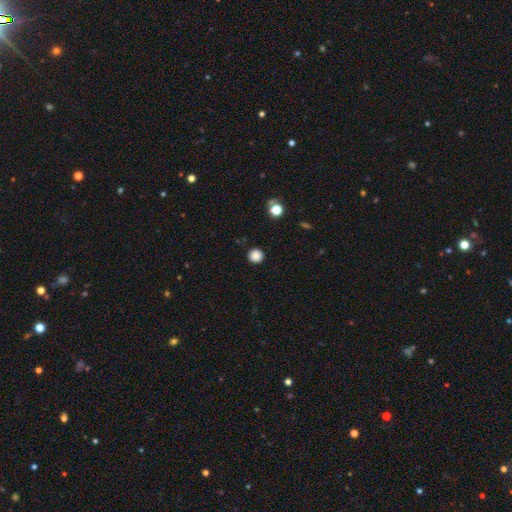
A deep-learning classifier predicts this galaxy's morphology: Smooth or featured? Predicted: smooth (p=0.86). How rounded? Predicted: round (p=0.96). Merging? Predicted: none (p=0.92).